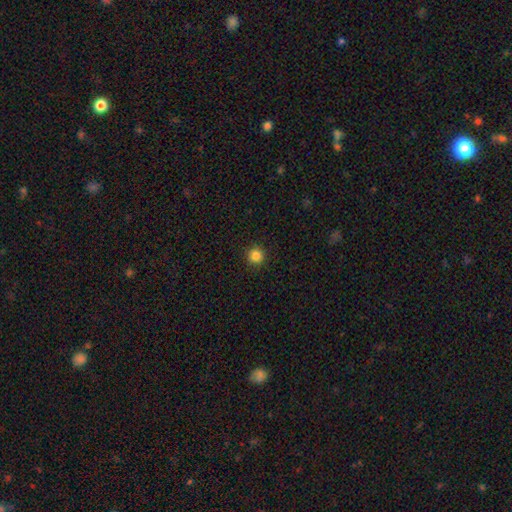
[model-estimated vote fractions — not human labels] Morphology: type=smooth (84%); roundness=round (96%); merging=none (93%).